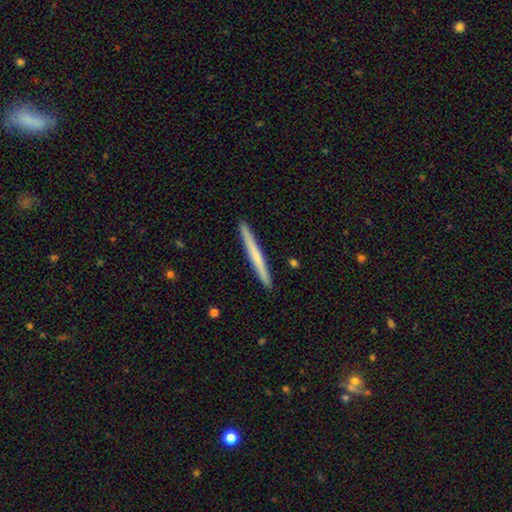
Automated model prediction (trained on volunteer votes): Smooth or featured? smooth (55%)
How rounded? cigar-shaped (97%)
Merging? none (93%)